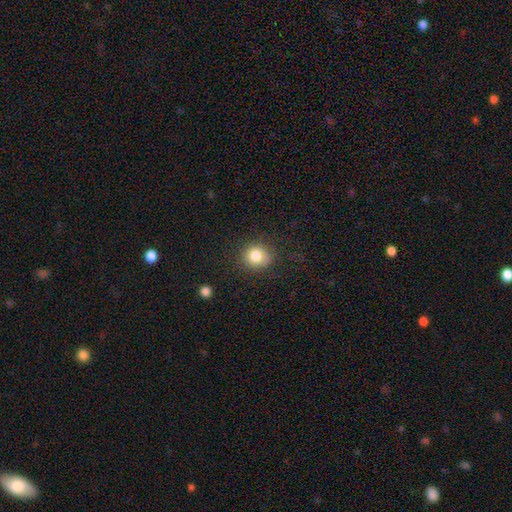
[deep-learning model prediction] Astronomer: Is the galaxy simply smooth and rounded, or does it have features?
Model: smooth — 81%.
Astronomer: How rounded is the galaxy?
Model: round — 82%.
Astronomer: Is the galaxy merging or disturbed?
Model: none — 83%.